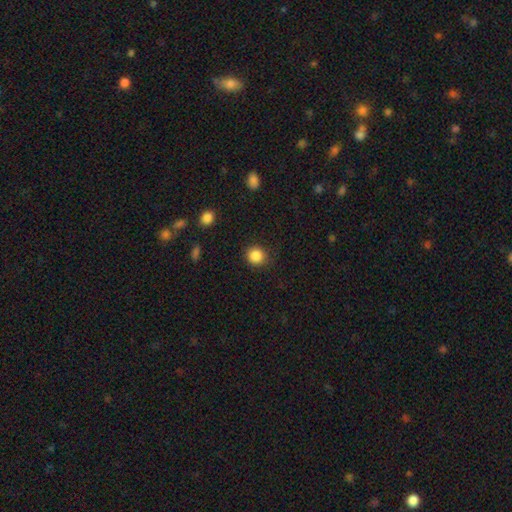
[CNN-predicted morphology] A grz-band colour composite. It shows a smooth galaxy with no disk features (86%) that is round (90%). Merging: none (87%).